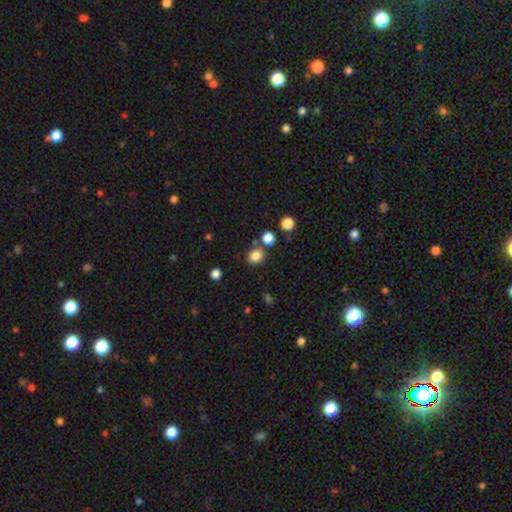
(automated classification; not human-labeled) Q: Smooth or featured?
A: smooth (84%); runner-up: star or artifact (12%)
Q: How rounded?
A: round (68%); runner-up: in between (32%)
Q: Merging?
A: none (75%); runner-up: merger (12%)